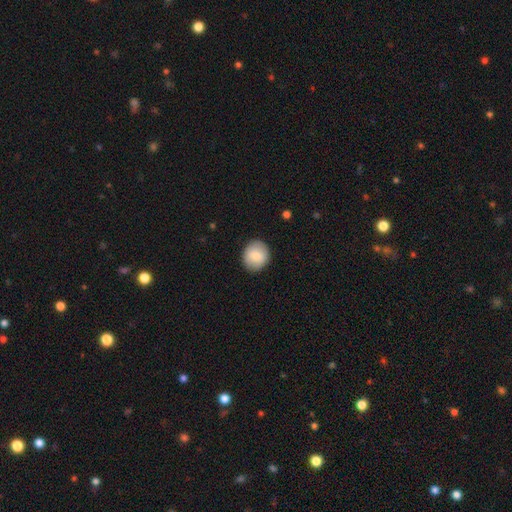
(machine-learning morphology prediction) Smooth or featured? smooth (81%)
How rounded? round (81%)
Merging? none (88%)